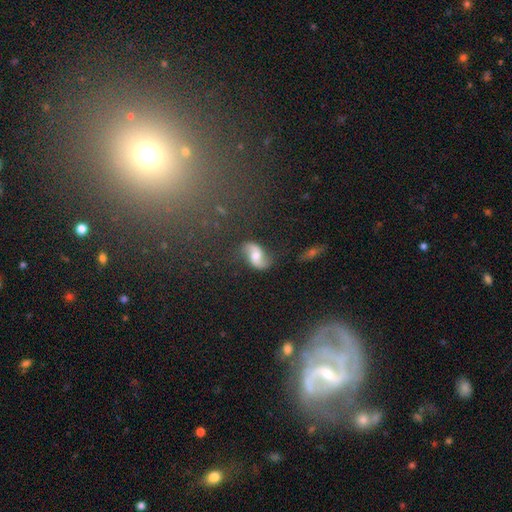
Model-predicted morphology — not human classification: Smooth or featured? Predicted: featured or disk (p=0.72). Edge-on disk? Predicted: no (p=0.97). Bar? Predicted: no (p=0.48). Spiral arms? Predicted: yes (p=0.94). Spiral winding? Predicted: loose (p=0.78). Spiral arm count? Predicted: 2 (p=0.93). Bulge size? Predicted: moderate (p=0.56). Merging? Predicted: none (p=0.72).